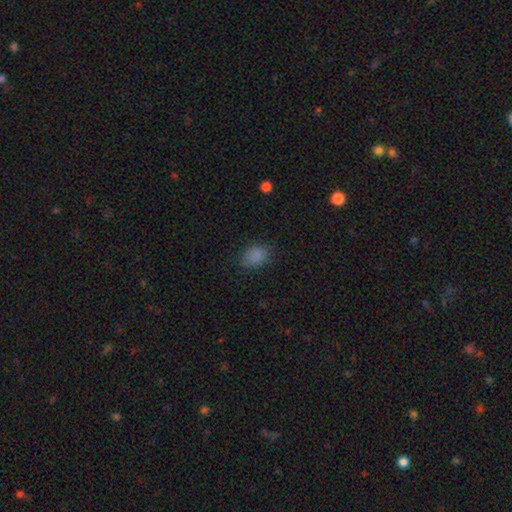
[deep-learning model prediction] Morphology: type=smooth (84%); roundness=in between (73%); merging=none (77%).